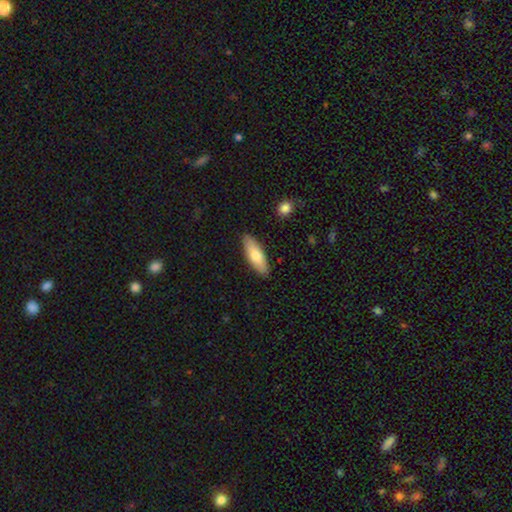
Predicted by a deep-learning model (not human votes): Morphology: type=smooth (72%); roundness=in between (56%); merging=none (88%).